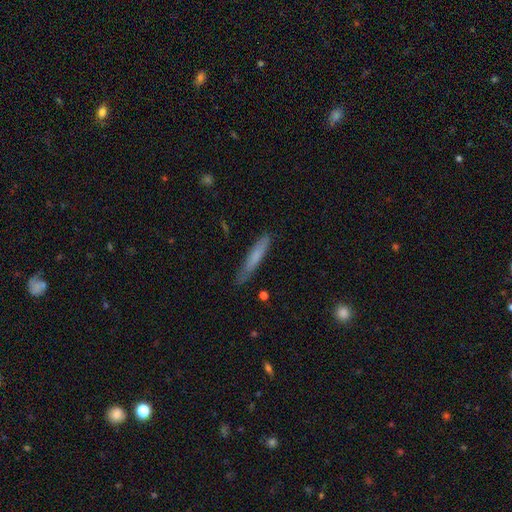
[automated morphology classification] smooth_or_featured: smooth (p=0.68) [alt: featured or disk p=0.25]
how_rounded: cigar-shaped (p=0.93) [alt: in between p=0.06]
merging: none (p=0.80) [alt: minor disturbance p=0.16]